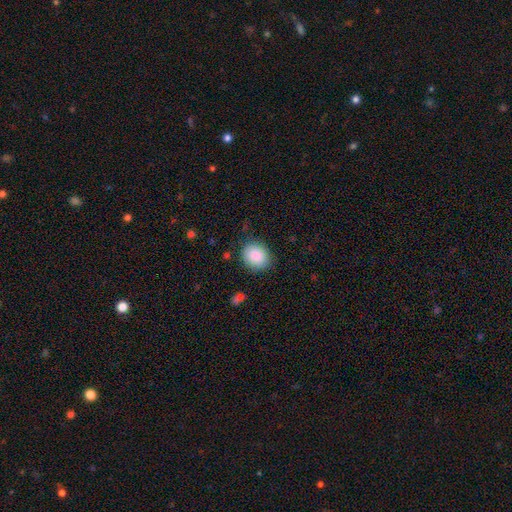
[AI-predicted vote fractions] This is clearly a smooth galaxy (88%). How rounded: likely round (66%). Merging: clearly none (85%).